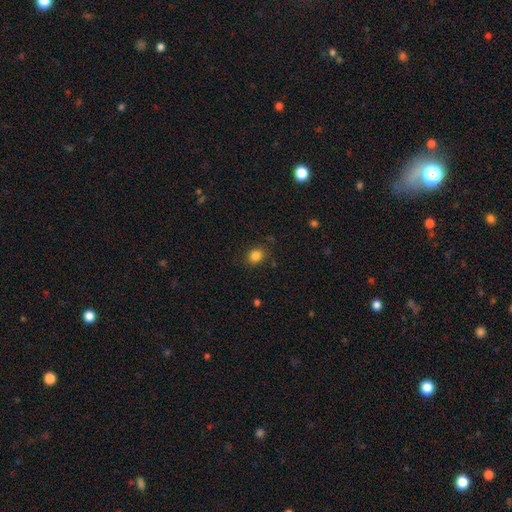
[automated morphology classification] Smooth or featured? Predicted: smooth (p=0.84). How rounded? Predicted: round (p=0.69). Merging? Predicted: none (p=0.84).